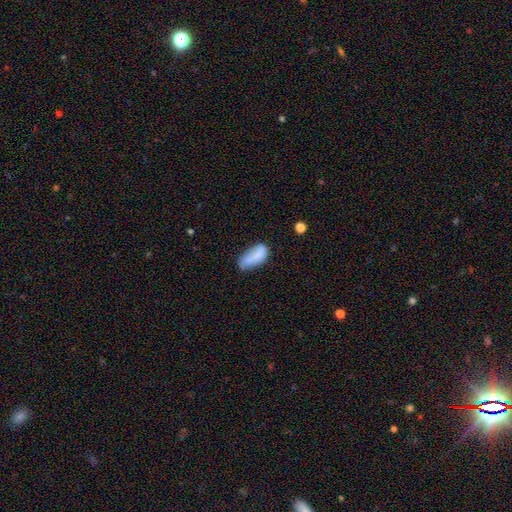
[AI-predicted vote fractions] Q: Smooth or featured?
A: smooth (77%); runner-up: featured or disk (15%)
Q: How rounded?
A: in between (85%); runner-up: cigar-shaped (13%)
Q: Merging?
A: none (43%); runner-up: minor disturbance (37%)